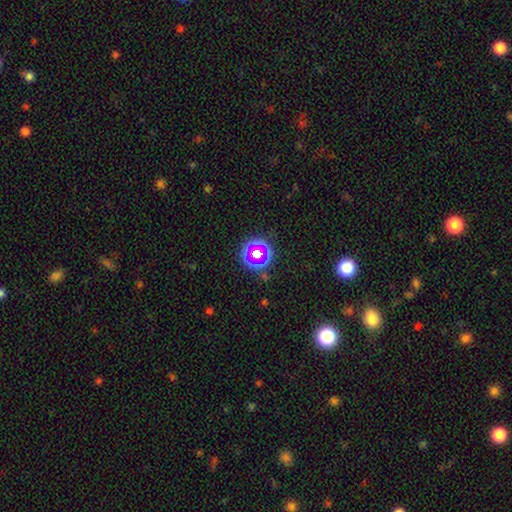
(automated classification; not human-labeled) smooth-or-featured: star or artifact: 45% | smooth: 36% | featured or disk: 19%